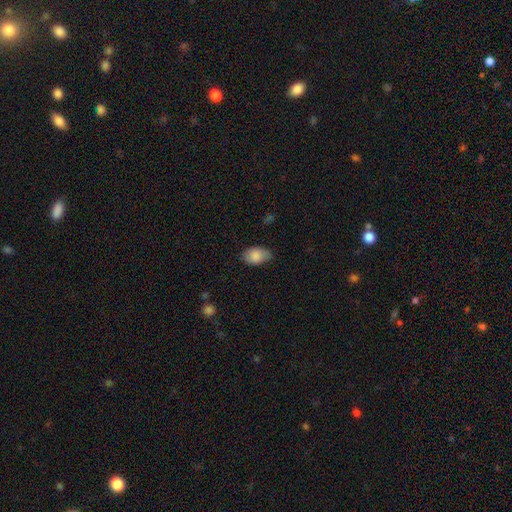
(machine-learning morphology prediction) The model was most divided on "merging": none: 73%, minor disturbance: 22%, major disturbance: 4%, merger: 1%. More confident: how rounded — in between (90%); smooth or featured — smooth (86%).